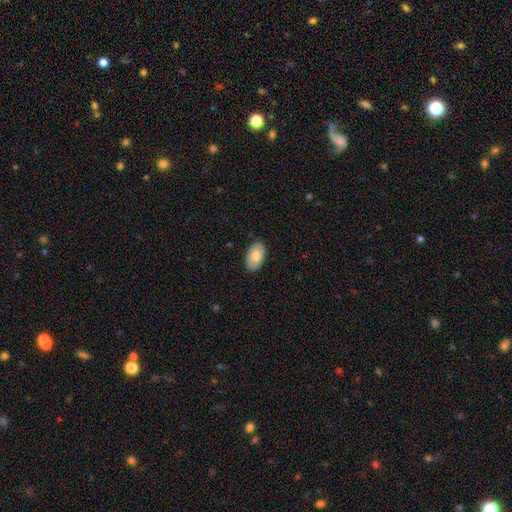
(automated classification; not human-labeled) Smooth or featured: smooth — 73% (featured or disk — 21%)
How rounded: in between — 94% (round — 5%)
Merging: none — 86% (minor disturbance — 11%)